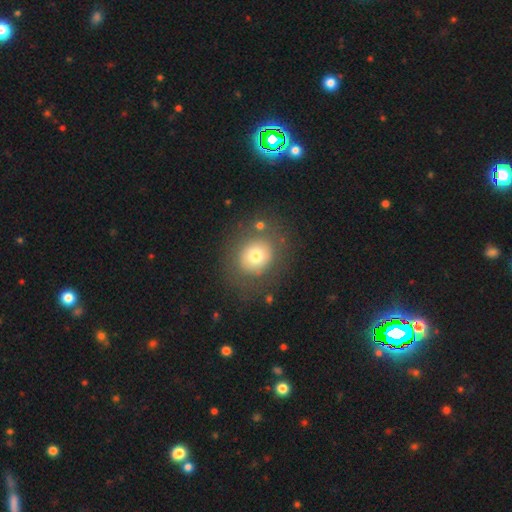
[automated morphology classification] A smooth galaxy with no disk features (69%) that is round (79%).

Vote fractions:
- Smooth or featured? smooth: 69% / featured or disk: 19% / star or artifact: 12%
- How rounded? round: 79% / in between: 20% / cigar-shaped: 1%
- Merging? none: 77% / minor disturbance: 12% / major disturbance: 8% / merger: 4%